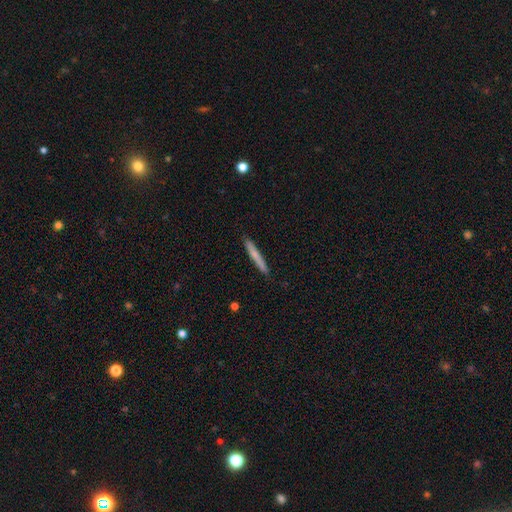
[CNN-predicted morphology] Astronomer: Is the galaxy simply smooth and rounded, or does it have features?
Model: smooth — 64%.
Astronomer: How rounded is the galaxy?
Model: cigar-shaped — 96%.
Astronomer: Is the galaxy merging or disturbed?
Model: none — 89%.